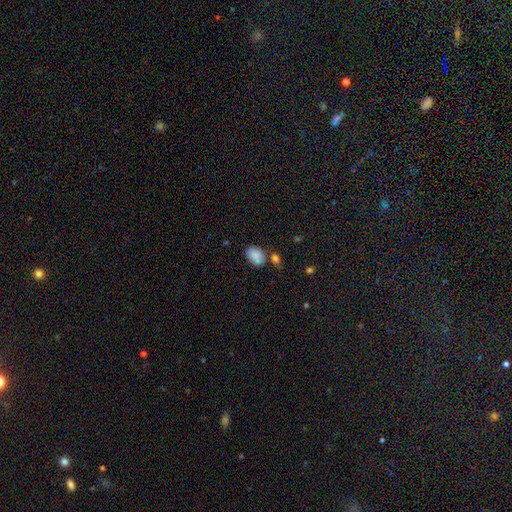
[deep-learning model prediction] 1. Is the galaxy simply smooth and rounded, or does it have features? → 84% smooth, 8% star or artifact, 7% featured or disk.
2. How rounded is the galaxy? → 79% in between, 20% round, 1% cigar-shaped.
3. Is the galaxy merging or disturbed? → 59% none, 20% minor disturbance, 16% merger, 6% major disturbance.